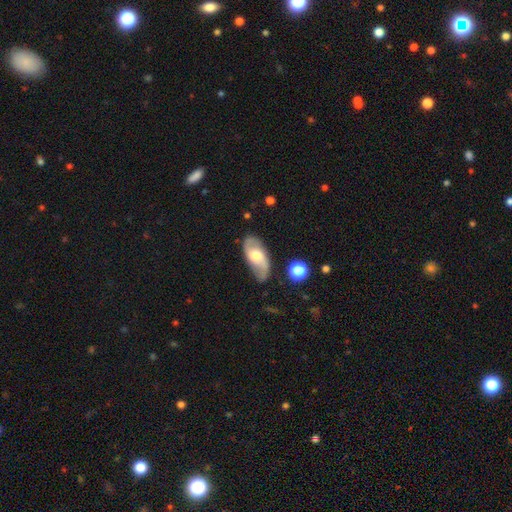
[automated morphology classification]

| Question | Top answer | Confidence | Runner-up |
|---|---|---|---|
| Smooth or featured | featured or disk | 63% | smooth (31%) |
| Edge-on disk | no | 89% | yes (11%) |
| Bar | no | 54% | weak (37%) |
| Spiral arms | yes | 83% | no (17%) |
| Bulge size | moderate | 64% | large (19%) |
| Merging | none | 73% | minor disturbance (19%) |